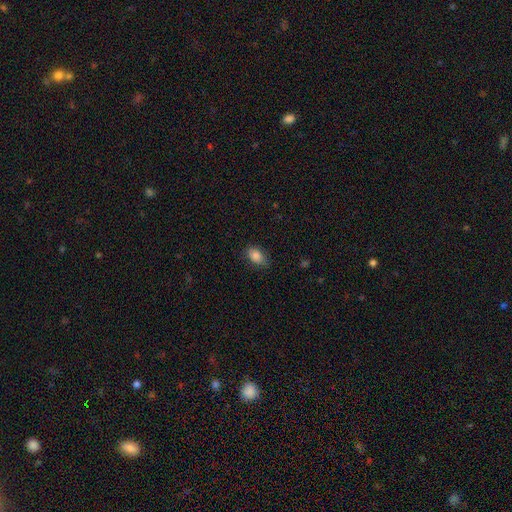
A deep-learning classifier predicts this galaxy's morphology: smooth_or_featured: smooth (p=0.86) [alt: star or artifact p=0.08]
how_rounded: in between (p=0.87) [alt: round p=0.12]
merging: none (p=0.77) [alt: minor disturbance p=0.18]